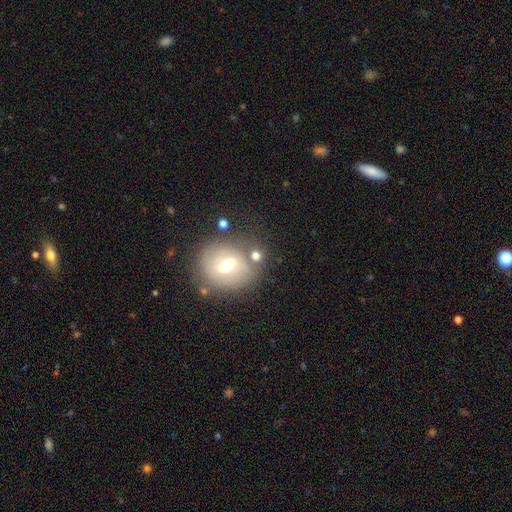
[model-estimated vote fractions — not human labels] Smooth or featured? smooth (60%)
How rounded? round (73%)
Merging? none (61%)